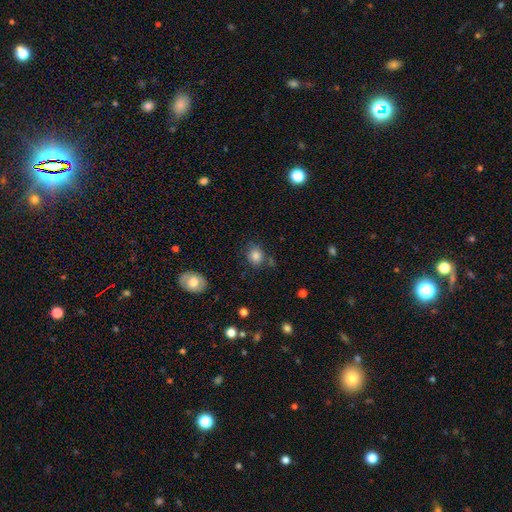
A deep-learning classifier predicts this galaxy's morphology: type=smooth (83%); roundness=round (77%); merging=none (73%).